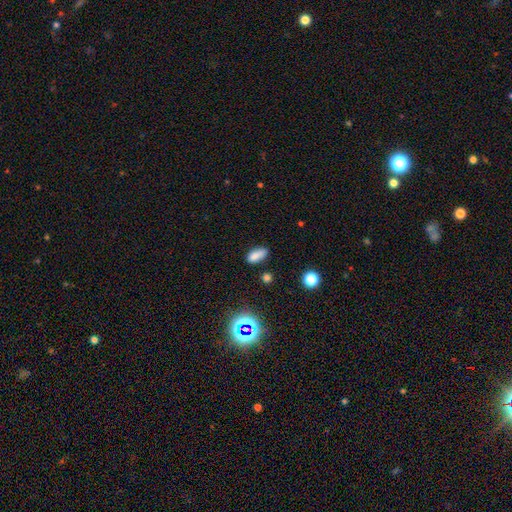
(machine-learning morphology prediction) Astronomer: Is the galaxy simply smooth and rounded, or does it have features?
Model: smooth — 80%.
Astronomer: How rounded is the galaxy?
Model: in between — 83%.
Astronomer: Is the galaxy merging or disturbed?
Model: none — 72%.